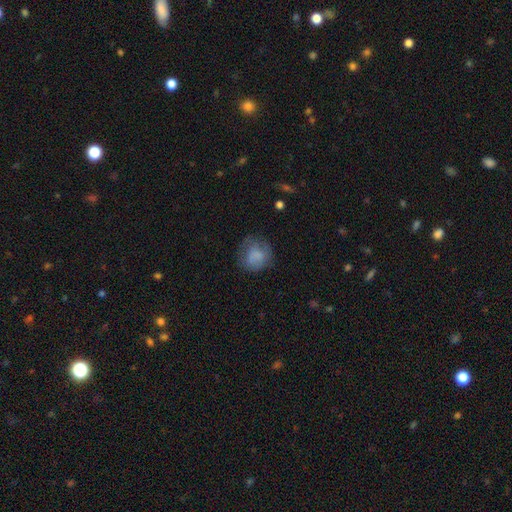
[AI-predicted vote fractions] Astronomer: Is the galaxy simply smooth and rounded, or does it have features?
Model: smooth — 76%.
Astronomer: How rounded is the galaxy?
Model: round — 77%.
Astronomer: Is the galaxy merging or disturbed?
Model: none — 58%.